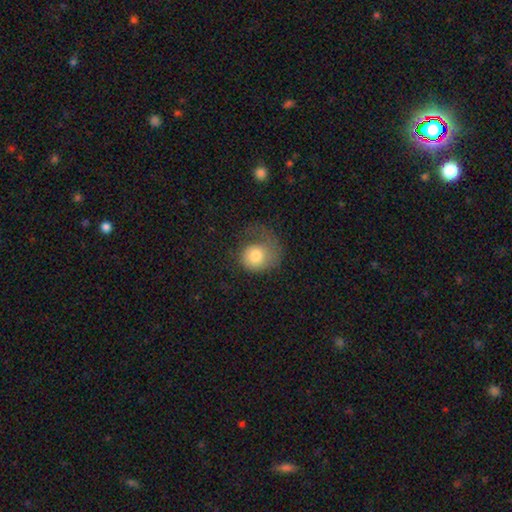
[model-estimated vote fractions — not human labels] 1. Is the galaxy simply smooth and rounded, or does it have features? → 73% smooth, 20% featured or disk, 8% star or artifact.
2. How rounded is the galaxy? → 74% round, 25% in between, 1% cigar-shaped.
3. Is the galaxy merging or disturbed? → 48% major disturbance, 27% none, 23% minor disturbance, 2% merger.